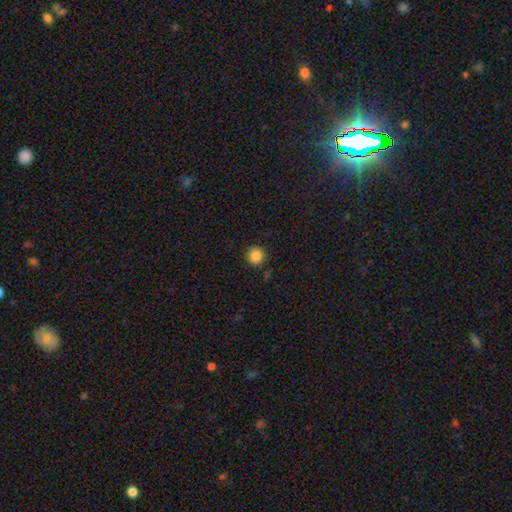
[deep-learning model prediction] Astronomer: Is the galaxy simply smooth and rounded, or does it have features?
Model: smooth — 86%.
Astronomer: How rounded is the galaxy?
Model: round — 90%.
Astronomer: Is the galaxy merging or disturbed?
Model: none — 87%.